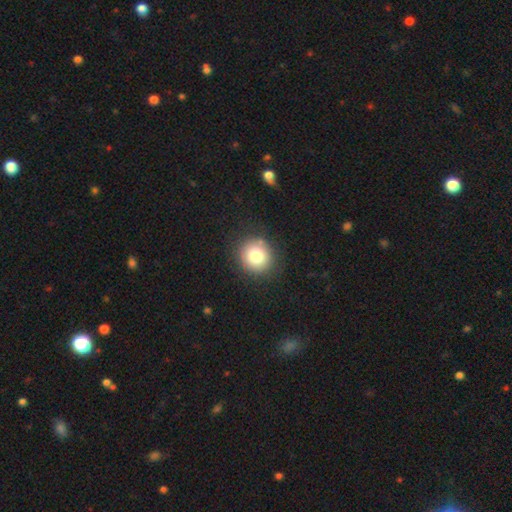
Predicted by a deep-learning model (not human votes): smooth_or_featured: smooth (p=0.79) [alt: star or artifact p=0.11]
how_rounded: round (p=0.88) [alt: in between p=0.11]
merging: none (p=0.86) [alt: minor disturbance p=0.09]